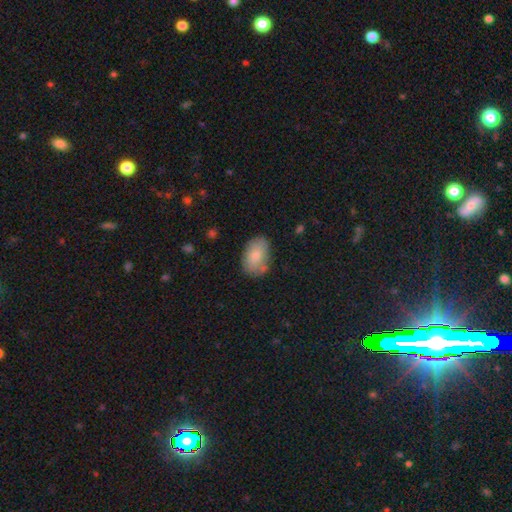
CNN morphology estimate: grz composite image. It shows a smooth galaxy with no disk features (77%) that is in between round and cigar-shaped (86%). Merging: none (70%).